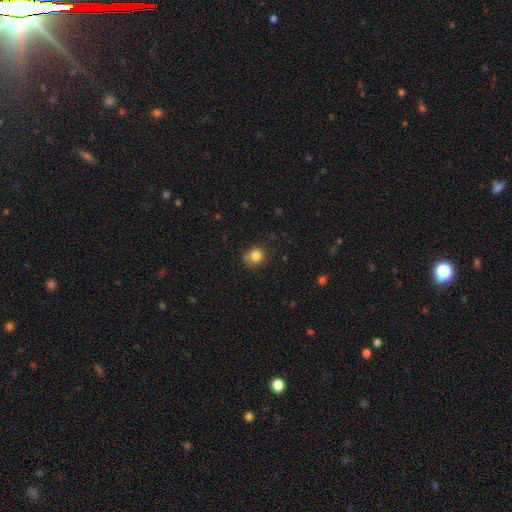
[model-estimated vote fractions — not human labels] smooth 81%, star or artifact 11%, featured or disk 8%. Down the decision tree: how rounded — round (72%); merging — none (61%).